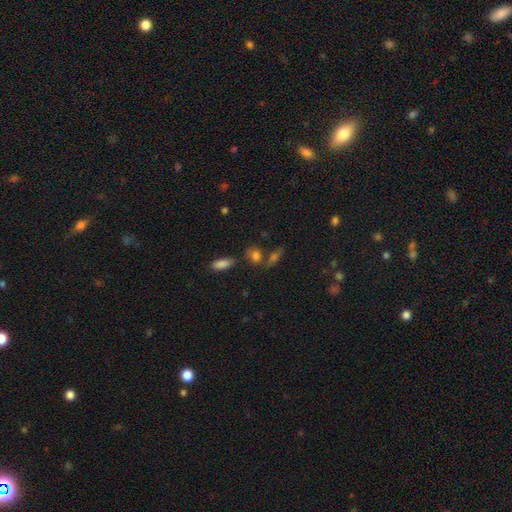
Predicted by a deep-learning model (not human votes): Smooth or featured? Predicted: smooth (p=0.74). How rounded? Predicted: in between (p=0.53). Merging? Predicted: none (p=0.53).